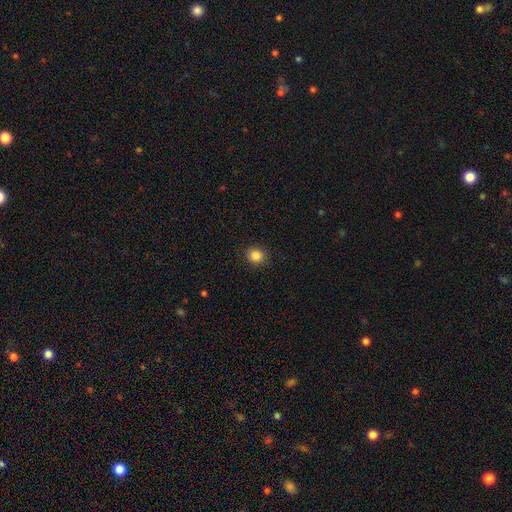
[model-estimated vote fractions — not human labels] Smooth or featured: smooth — 85% (star or artifact — 11%)
How rounded: round — 82% (in between — 17%)
Merging: none — 90% (minor disturbance — 7%)